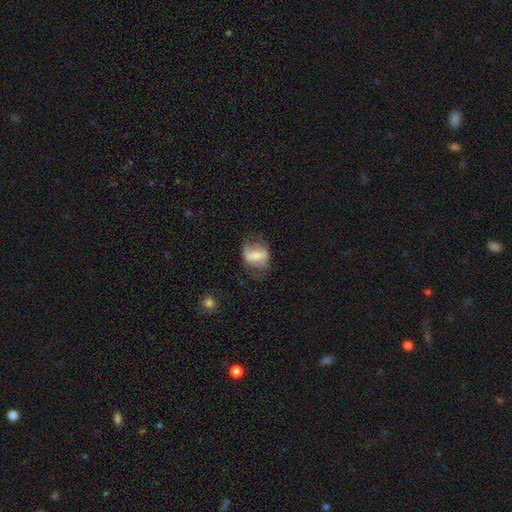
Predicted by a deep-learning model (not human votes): Overall: smooth (52%; featured or disk 40%). How rounded: in between (65%; round 31%). Merging: none (53%; minor disturbance 25%).